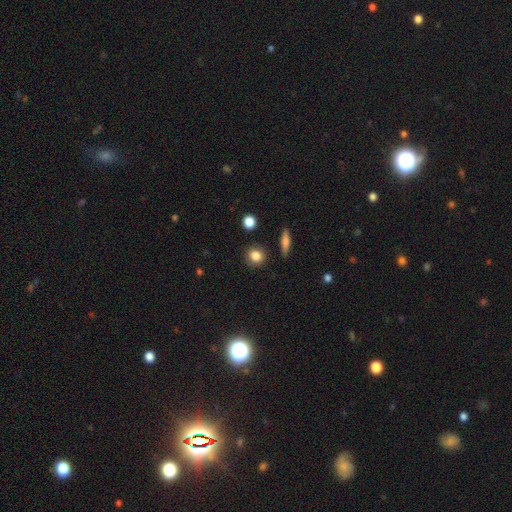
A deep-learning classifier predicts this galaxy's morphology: Overall: smooth (83%). How rounded: round (81%). Merging: none (88%).